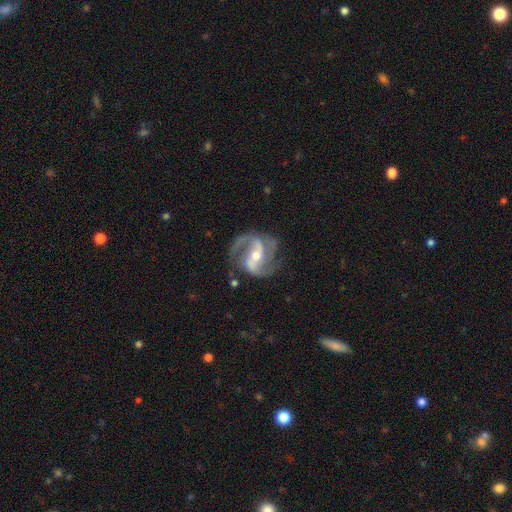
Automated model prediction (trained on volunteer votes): smooth_or_featured: featured or disk (p=0.92) [alt: star or artifact p=0.05]
disk_edge_on: no (p=0.98) [alt: yes p=0.02]
bar: strong (p=0.47) [alt: weak p=0.34]
has_spiral_arms: yes (p=0.98) [alt: no p=0.02]
spiral_winding: medium (p=0.58) [alt: loose p=0.25]
spiral_arm_count: 2 (p=0.68) [alt: 3 p=0.21]
bulge_size: moderate (p=0.55) [alt: small p=0.41]
merging: none (p=0.75) [alt: minor disturbance p=0.15]